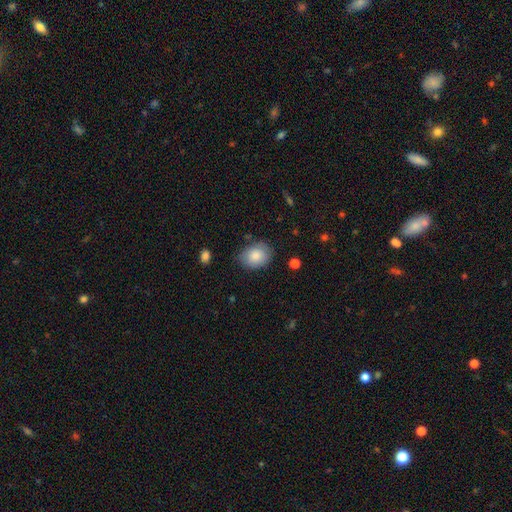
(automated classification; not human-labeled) Overall: smooth (84%). How rounded: in between (65%; round 34%). Merging: none (75%).